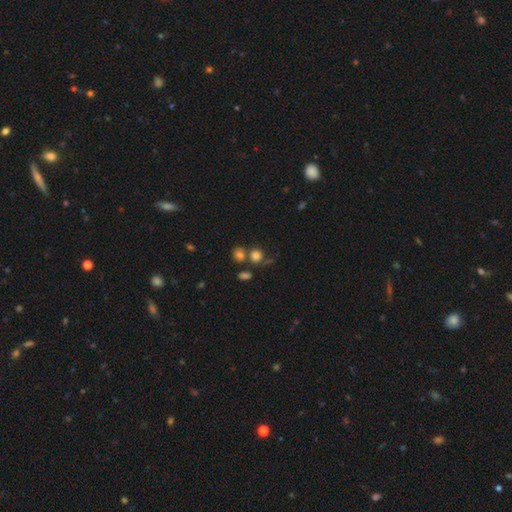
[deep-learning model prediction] The model was most divided on "merging": none: 57%, merger: 25%, minor disturbance: 12%, major disturbance: 6%. More confident: how rounded — round (82%); smooth or featured — smooth (77%).